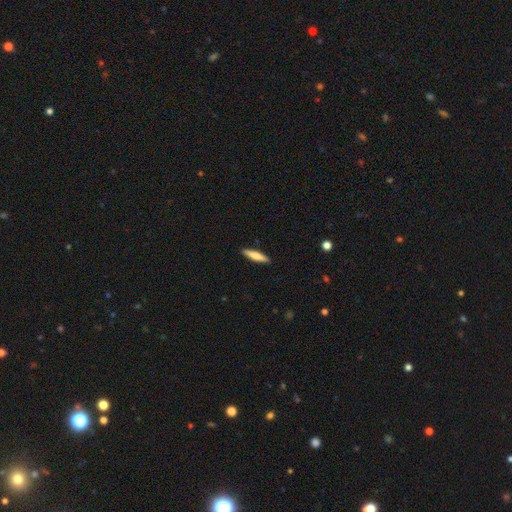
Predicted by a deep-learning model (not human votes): smooth-or-featured: smooth: 73% | featured or disk: 22% | star or artifact: 5%
  how-rounded: cigar-shaped: 83% | in between: 16% | round: 1%
  merging: none: 91% | minor disturbance: 7% | major disturbance: 1% | merger: 1%